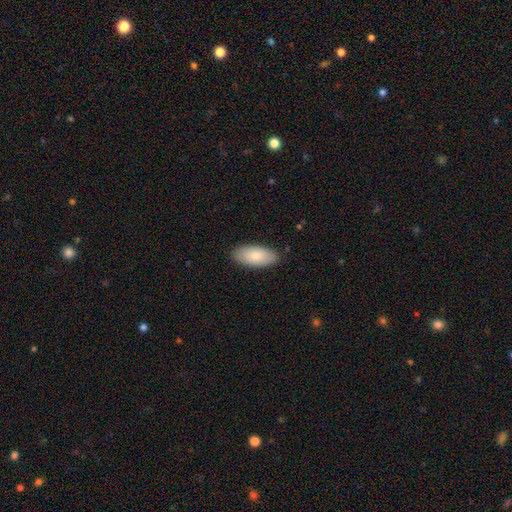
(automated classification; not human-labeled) Smooth or featured? smooth (81%)
How rounded? in between (92%)
Merging? none (87%)